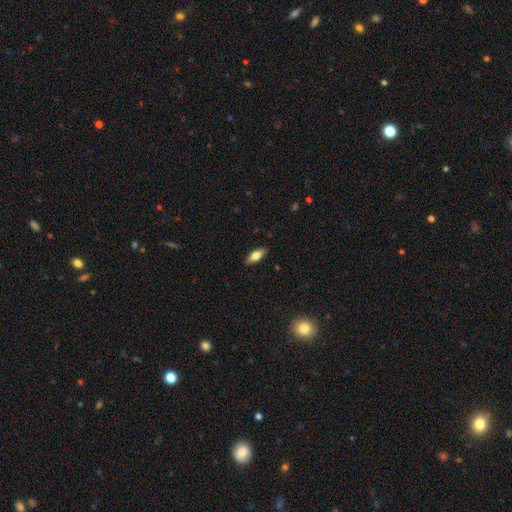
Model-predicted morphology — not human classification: smooth_or_featured: smooth (p=0.68) [alt: featured or disk p=0.25]
how_rounded: in between (p=0.73) [alt: cigar-shaped p=0.24]
merging: none (p=0.88) [alt: minor disturbance p=0.09]